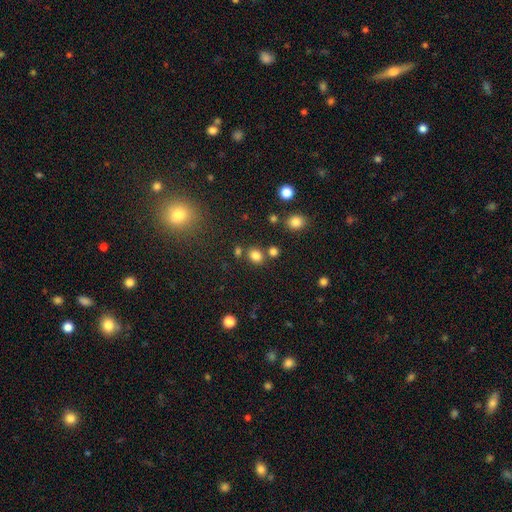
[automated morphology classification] Smooth or featured? Predicted: smooth (p=0.81). How rounded? Predicted: round (p=0.58). Merging? Predicted: none (p=0.74).